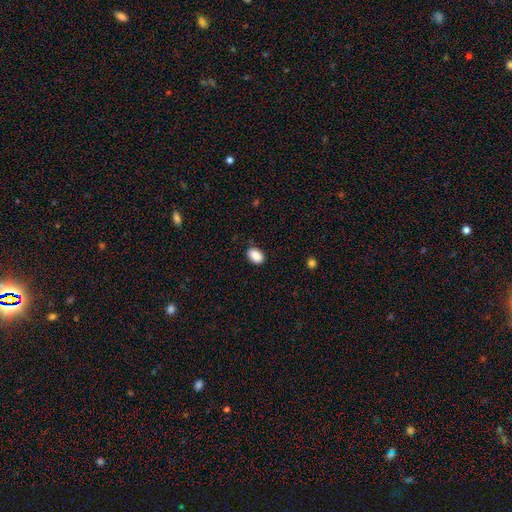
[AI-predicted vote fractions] The model was most divided on "how rounded": in between: 86%, round: 13%, cigar-shaped: 1%. More confident: smooth or featured — smooth (89%); merging — none (86%).